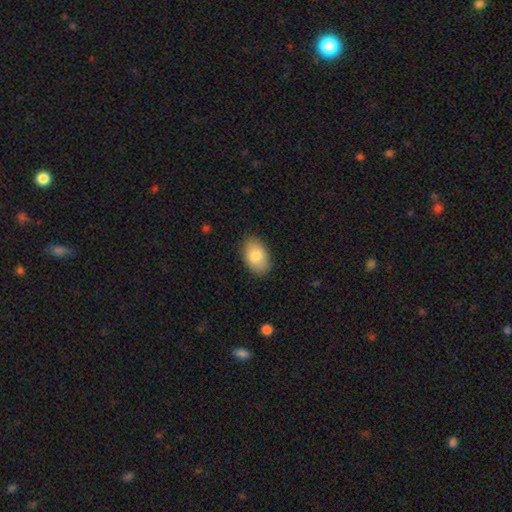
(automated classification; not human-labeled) Morphology: type=smooth (83%); roundness=in between (91%); merging=none (85%).